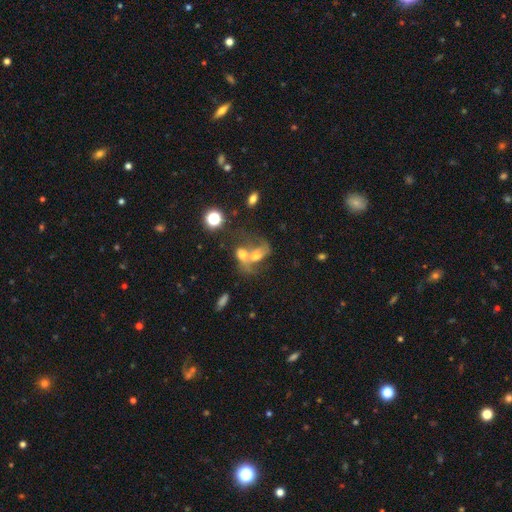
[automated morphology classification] This appears to be a smooth galaxy with no disk features (45%). Merging: merger (70%).